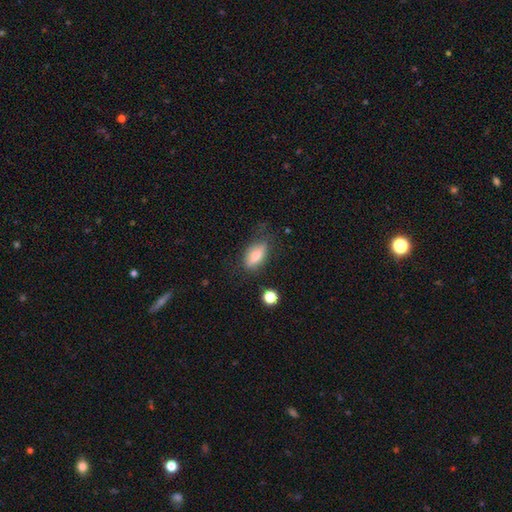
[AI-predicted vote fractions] smooth 68%, featured or disk 24%, star or artifact 8%. Down the decision tree: how rounded — in between (78%); merging — none (66%).